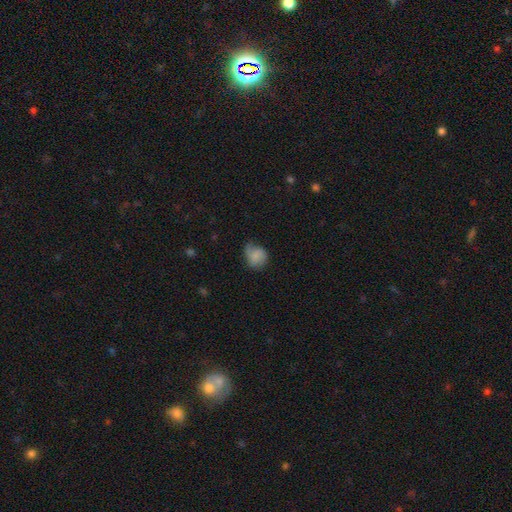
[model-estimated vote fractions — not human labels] A smooth galaxy with no disk features (71%) that is round (59%). Merging: none (46%).